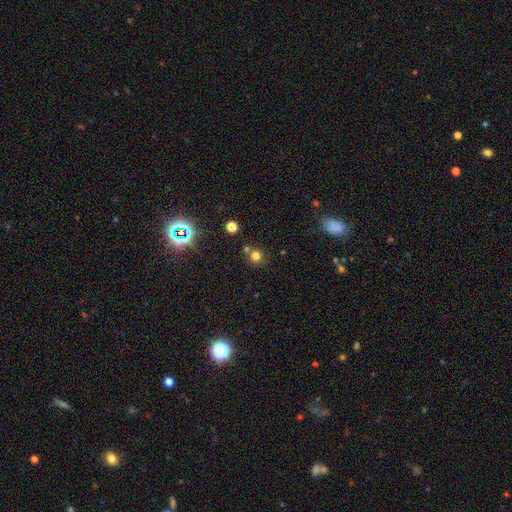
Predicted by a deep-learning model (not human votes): Smooth or featured? Predicted: smooth (p=0.73). How rounded? Predicted: round (p=0.89). Merging? Predicted: none (p=0.69).